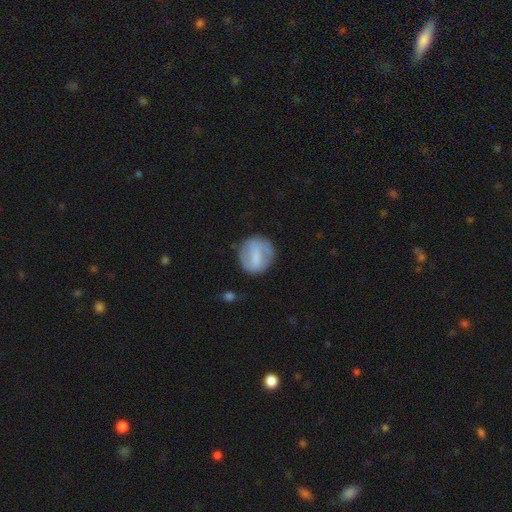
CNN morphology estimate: type=smooth (49%); merging=none (76%).